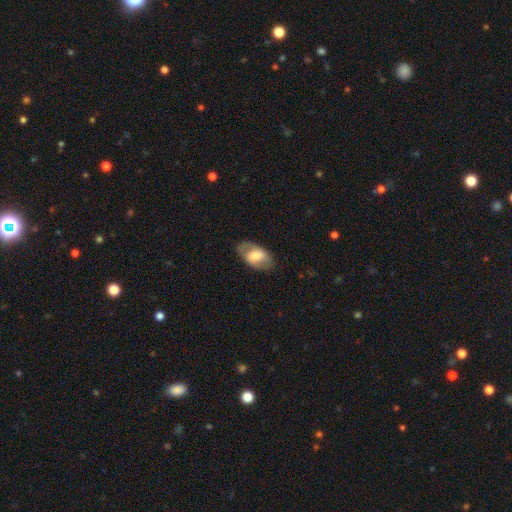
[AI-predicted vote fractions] A smooth galaxy with no disk features (61%) that is in between round and cigar-shaped (92%). Merging: none (76%).